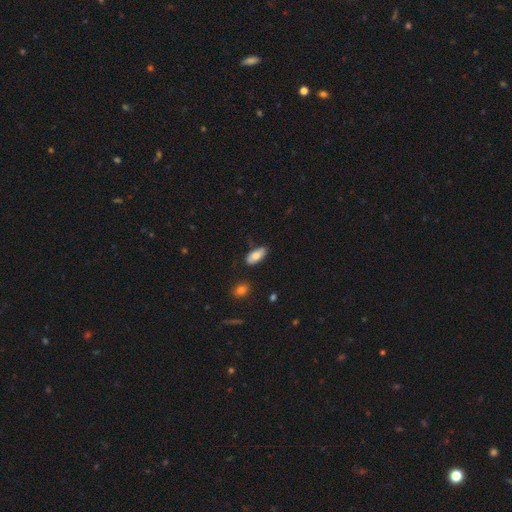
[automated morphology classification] The model was most divided on "merging": none: 78%, minor disturbance: 17%, major disturbance: 3%, merger: 2%. More confident: how rounded — in between (87%); smooth or featured — smooth (79%).